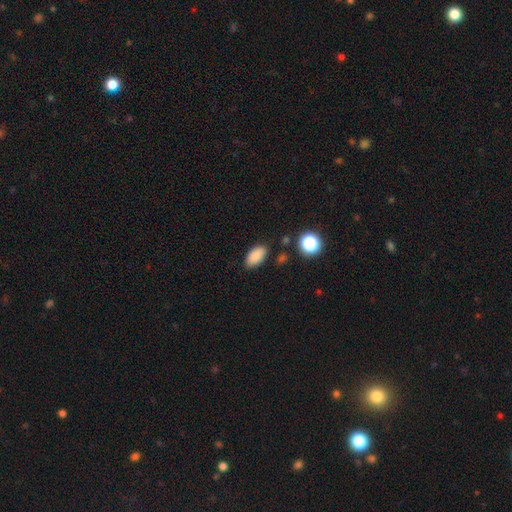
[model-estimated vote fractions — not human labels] smooth-or-featured: smooth: 86% | star or artifact: 9% | featured or disk: 5%
  how-rounded: in between: 92% | round: 5% | cigar-shaped: 3%
  merging: none: 82% | minor disturbance: 12% | merger: 3% | major disturbance: 3%